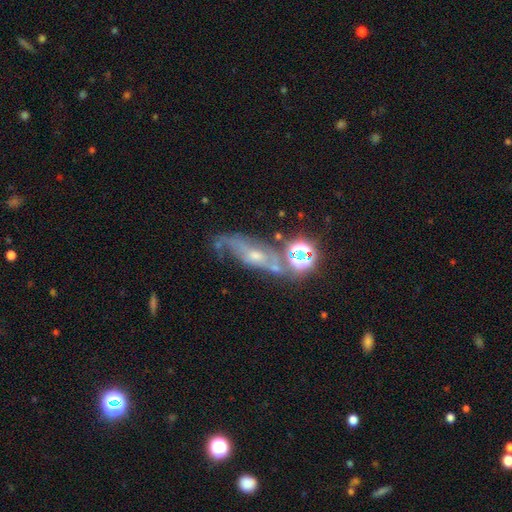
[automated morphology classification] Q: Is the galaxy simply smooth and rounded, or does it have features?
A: featured or disk — 57%.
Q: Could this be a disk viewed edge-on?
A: no — 79%.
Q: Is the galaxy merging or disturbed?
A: none — 44%.